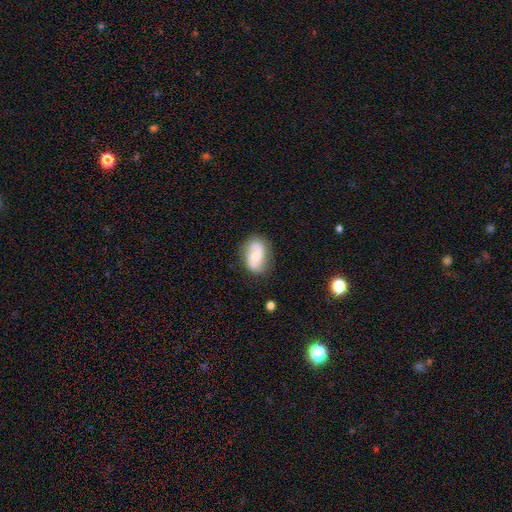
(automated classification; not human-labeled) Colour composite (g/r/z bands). It shows a featured or disk galaxy (52%) with no bar (64%), spiral arms (82%) and a moderate central bulge (58%). Merging: none (76%).